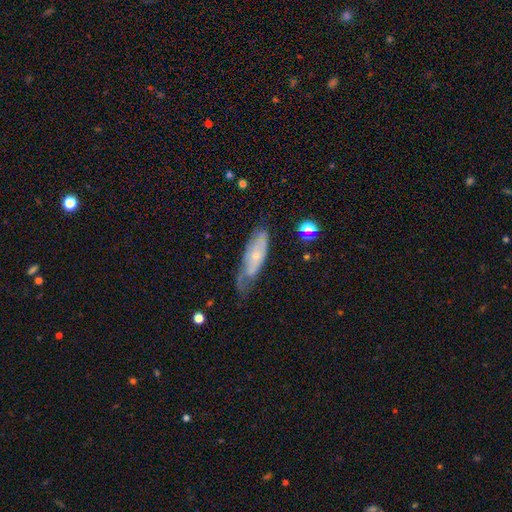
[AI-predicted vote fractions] Smooth or featured: featured or disk — 58% (smooth — 35%)
Edge-on disk: no — 78% (yes — 22%)
Merging: none — 43% (minor disturbance — 35%)